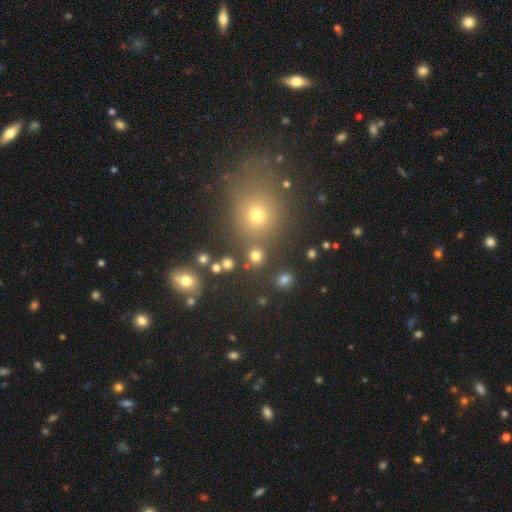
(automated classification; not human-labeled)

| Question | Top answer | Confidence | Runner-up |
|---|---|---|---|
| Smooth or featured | smooth | 76% | star or artifact (17%) |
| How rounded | round | 87% | in between (12%) |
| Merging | none | 77% | merger (12%) |